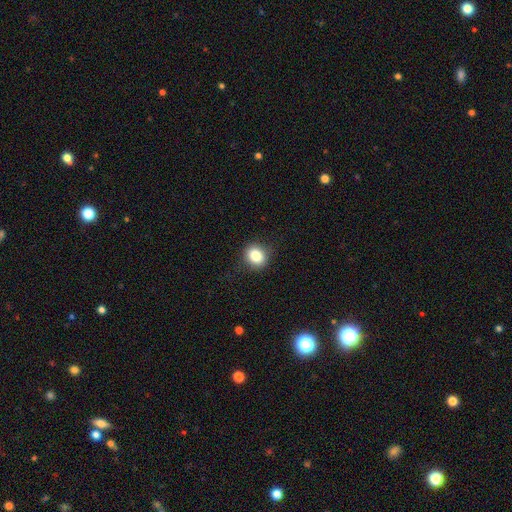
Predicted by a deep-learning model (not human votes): smooth-or-featured: smooth: 84% | star or artifact: 10% | featured or disk: 6%
  how-rounded: round: 69% | in between: 30% | cigar-shaped: 1%
  merging: none: 86% | minor disturbance: 10% | major disturbance: 3% | merger: 1%